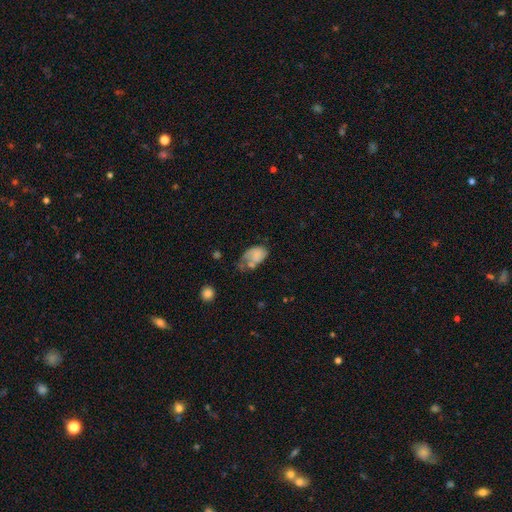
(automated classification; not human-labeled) Morphology: type=smooth (62%); roundness=in between (85%); merging=major disturbance (36%).